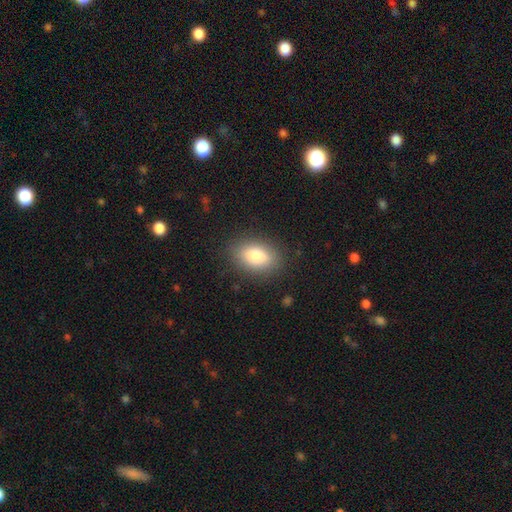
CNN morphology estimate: Smooth or featured? smooth (83%)
How rounded? in between (86%)
Merging? none (86%)